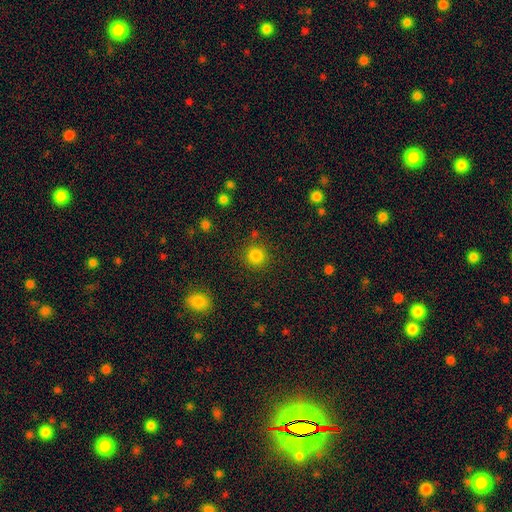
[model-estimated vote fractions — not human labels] Smooth or featured: smooth — 83% (star or artifact — 13%)
How rounded: round — 94% (in between — 5%)
Merging: none — 87% (minor disturbance — 7%)